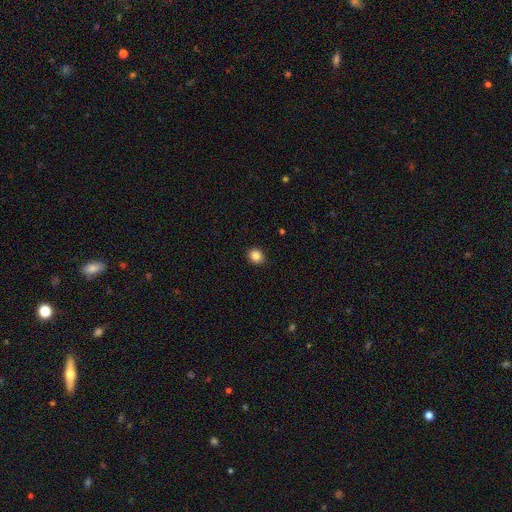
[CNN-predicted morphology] type=smooth (86%); roundness=round (67%); merging=none (91%).